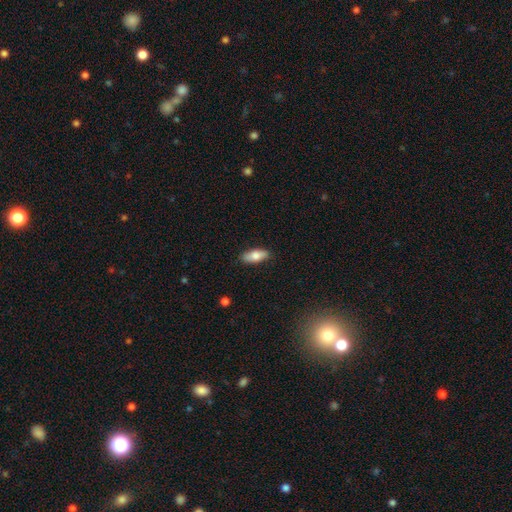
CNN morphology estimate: Smooth or featured: smooth — 77% (featured or disk — 16%)
How rounded: in between — 80% (cigar-shaped — 18%)
Merging: none — 86% (minor disturbance — 11%)